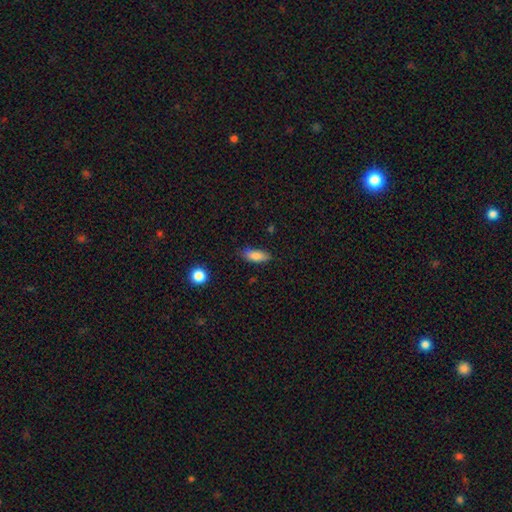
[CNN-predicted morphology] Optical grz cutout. It shows a smooth galaxy with no disk features (84%) that is in between round and cigar-shaped (76%). Merging: none (80%).